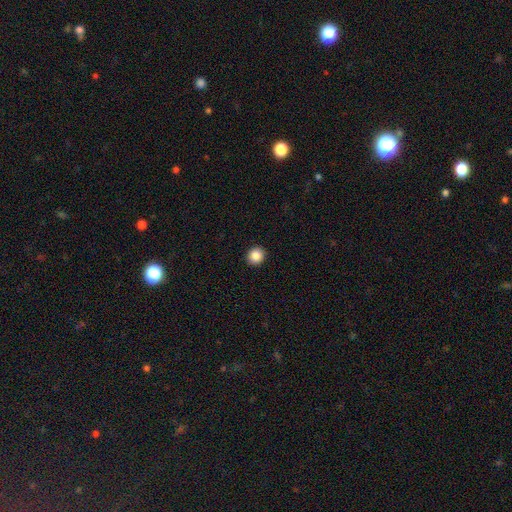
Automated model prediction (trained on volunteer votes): A smooth galaxy with no disk features (87%) that is round (86%).

Vote fractions:
- Smooth or featured? smooth: 87% / star or artifact: 9% / featured or disk: 4%
- How rounded? round: 86% / in between: 13% / cigar-shaped: 1%
- Merging? none: 93% / minor disturbance: 5% / major disturbance: 2% / merger: 1%